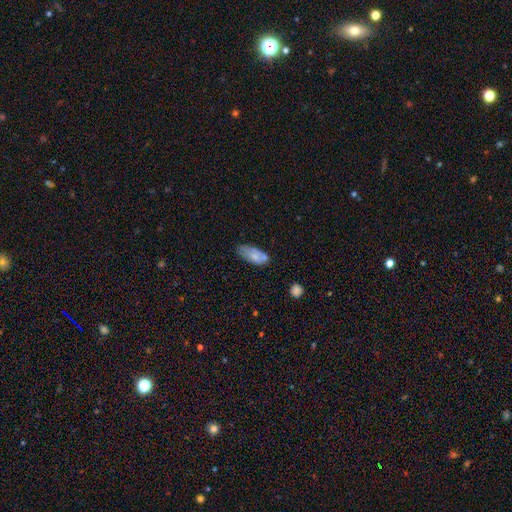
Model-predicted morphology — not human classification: smooth_or_featured: smooth (p=0.72) [alt: featured or disk p=0.21]
how_rounded: in between (p=0.86) [alt: cigar-shaped p=0.11]
merging: none (p=0.49) [alt: minor disturbance p=0.32]